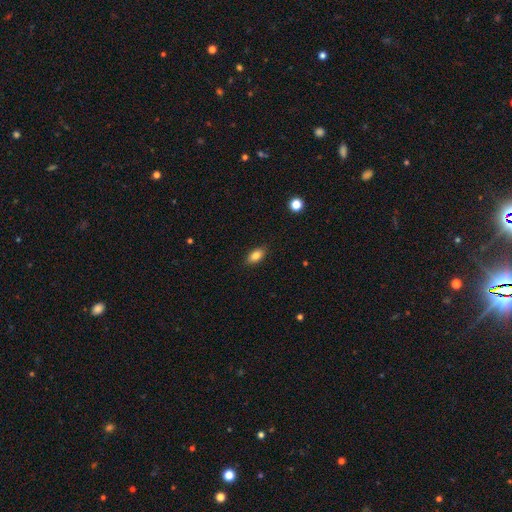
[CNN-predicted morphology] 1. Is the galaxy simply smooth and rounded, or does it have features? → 83% smooth, 8% star or artifact, 8% featured or disk.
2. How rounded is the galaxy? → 89% in between, 7% round, 5% cigar-shaped.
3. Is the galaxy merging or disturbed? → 87% none, 9% minor disturbance, 2% major disturbance, 1% merger.